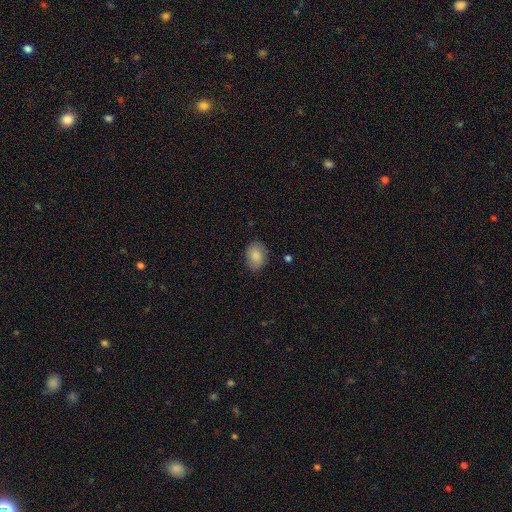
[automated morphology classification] smooth-or-featured: smooth: 87% | star or artifact: 8% | featured or disk: 6%
  how-rounded: in between: 74% | round: 25% | cigar-shaped: 1%
  merging: none: 81% | minor disturbance: 14% | major disturbance: 3% | merger: 1%